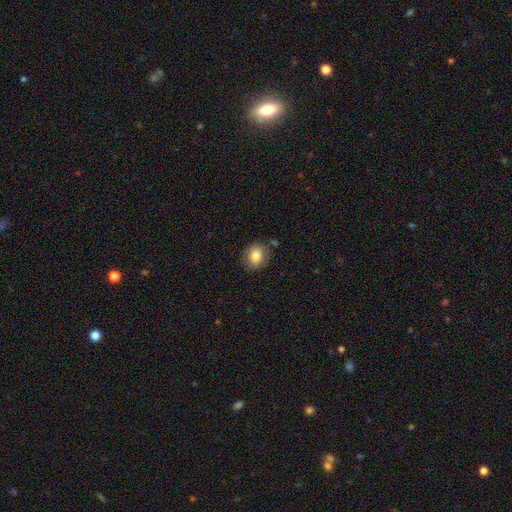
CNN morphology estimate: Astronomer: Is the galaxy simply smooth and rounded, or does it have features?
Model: smooth — 80%.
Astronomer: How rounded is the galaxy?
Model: round — 63%.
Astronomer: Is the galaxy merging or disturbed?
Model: none — 79%.